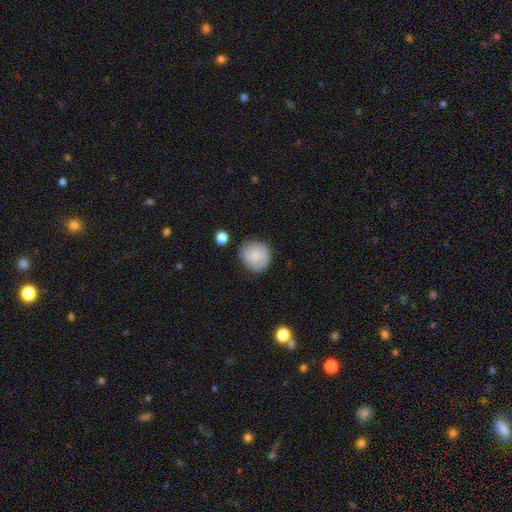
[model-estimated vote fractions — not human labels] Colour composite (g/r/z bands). It shows a smooth galaxy with no disk features (71%) that is round (86%). Merging: none (78%).